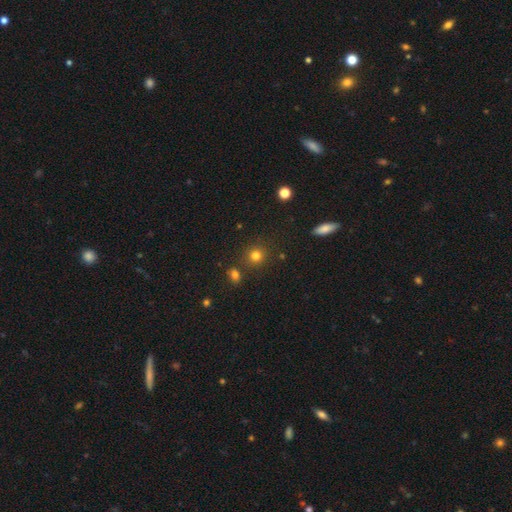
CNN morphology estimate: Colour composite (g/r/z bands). It shows a smooth galaxy with no disk features (78%) that is round (89%). Merging: none (83%).